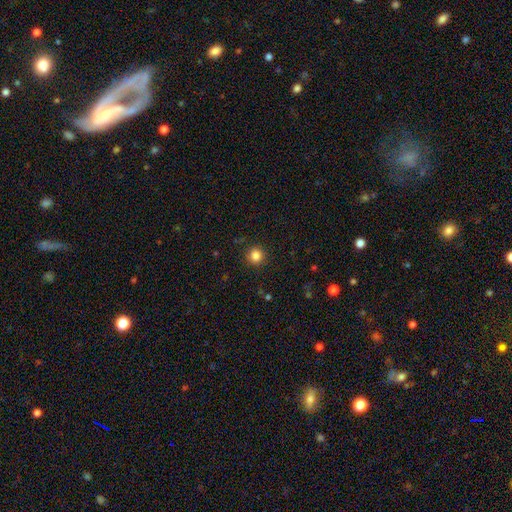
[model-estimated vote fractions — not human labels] Q: Smooth or featured?
A: smooth (84%); runner-up: star or artifact (12%)
Q: How rounded?
A: round (94%); runner-up: in between (5%)
Q: Merging?
A: none (91%); runner-up: minor disturbance (6%)